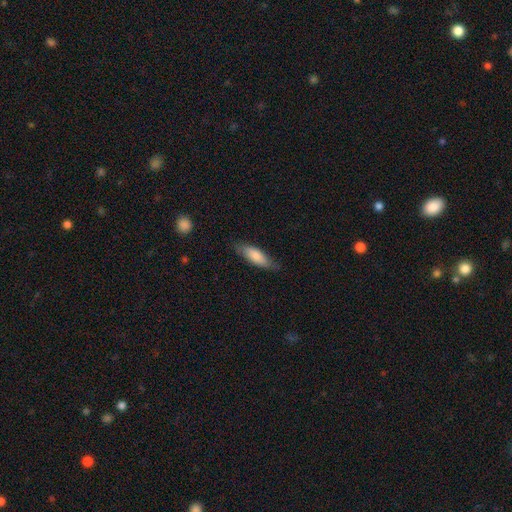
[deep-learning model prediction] Smooth or featured?
  - smooth: 77% *
  - featured or disk: 17%
  - star or artifact: 6%
How rounded?
  - in between: 55% *
  - cigar-shaped: 43%
  - round: 2%
Merging?
  - none: 76% *
  - minor disturbance: 19%
  - major disturbance: 4%
  - merger: 1%